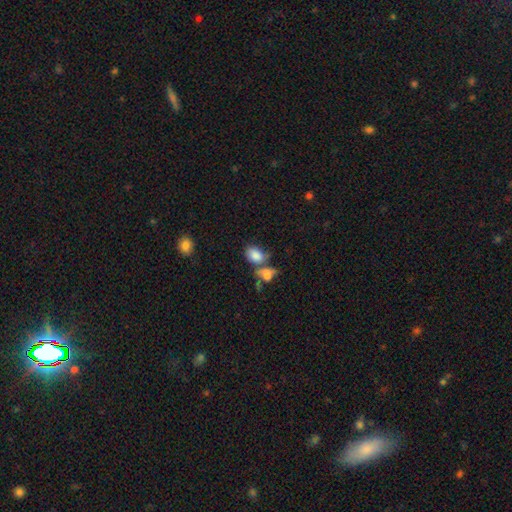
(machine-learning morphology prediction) This is clearly a smooth galaxy (82%). How rounded: clearly in between (81%). Merging: marginally none (39%).